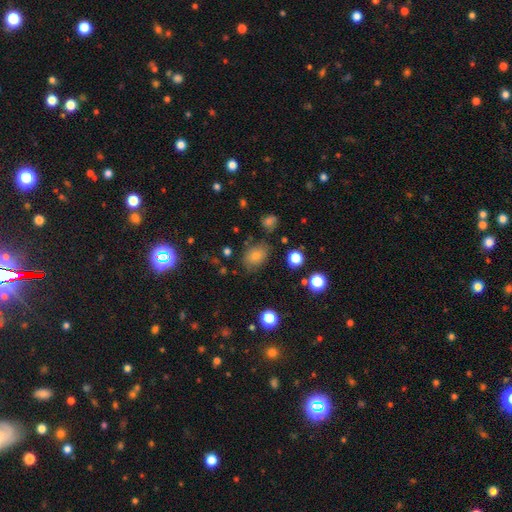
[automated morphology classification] Smooth or featured: smooth — 67% (star or artifact — 21%)
How rounded: in between — 68% (round — 31%)
Merging: none — 75% (minor disturbance — 16%)